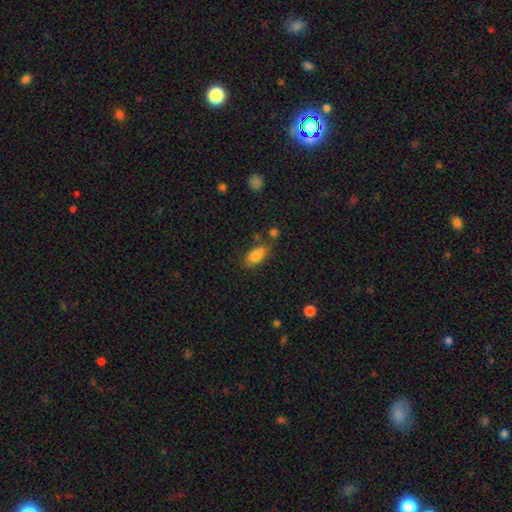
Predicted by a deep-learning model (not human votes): Morphology: type=smooth (81%); roundness=in between (86%); merging=none (62%).